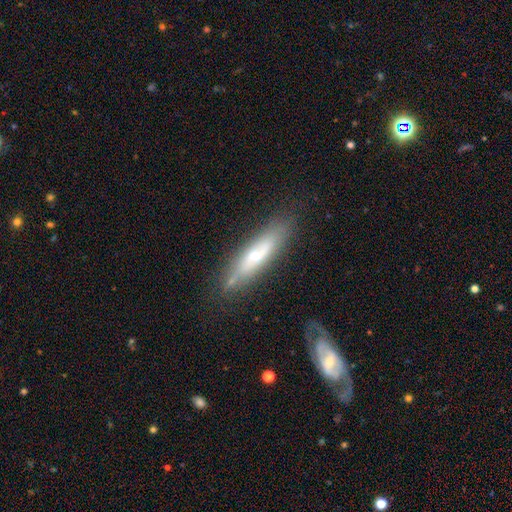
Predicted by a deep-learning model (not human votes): Smooth or featured? Predicted: featured or disk (p=0.56). Edge-on disk? Predicted: yes (p=0.64). Merging? Predicted: none (p=0.77).